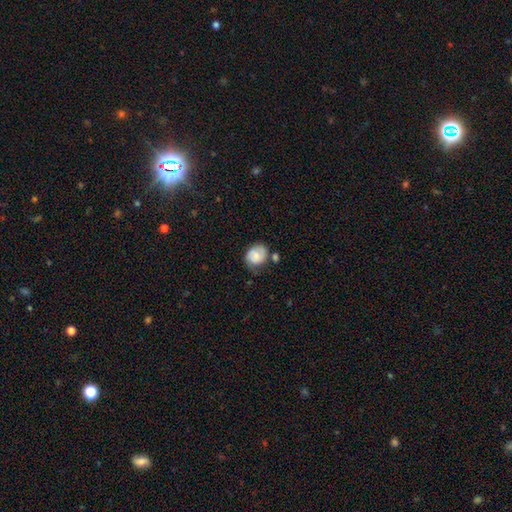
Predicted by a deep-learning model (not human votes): smooth-or-featured: smooth: 66% | featured or disk: 26% | star or artifact: 8%
  how-rounded: round: 55% | in between: 44% | cigar-shaped: 1%
  merging: none: 51% | minor disturbance: 32% | major disturbance: 10% | merger: 8%